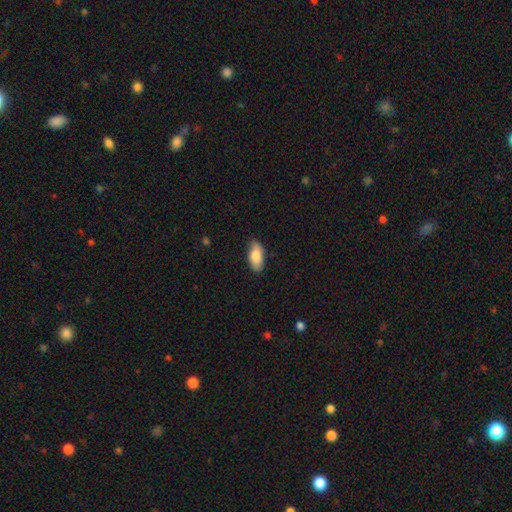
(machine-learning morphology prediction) Smooth or featured? Predicted: smooth (p=0.83). How rounded? Predicted: in between (p=0.87). Merging? Predicted: none (p=0.84).